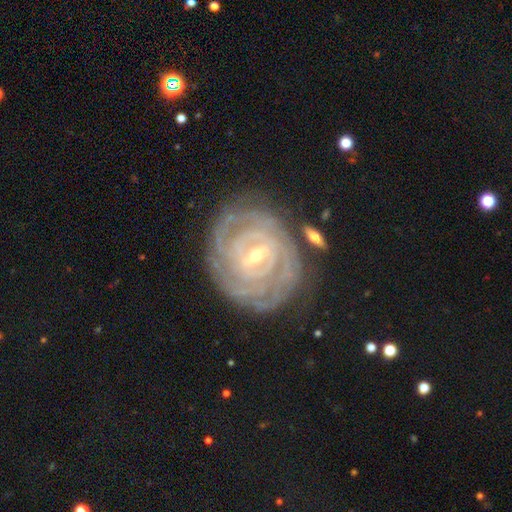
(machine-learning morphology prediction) featured or disk 90%, star or artifact 5%, smooth 5%. Down the decision tree: edge-on disk — no (96%); bar — strong (44%, tied with weak); spiral arms — yes (97%); spiral arm count — can't tell (26%); spiral winding — tight (87%); bulge size — small (63%); merging — none (80%).